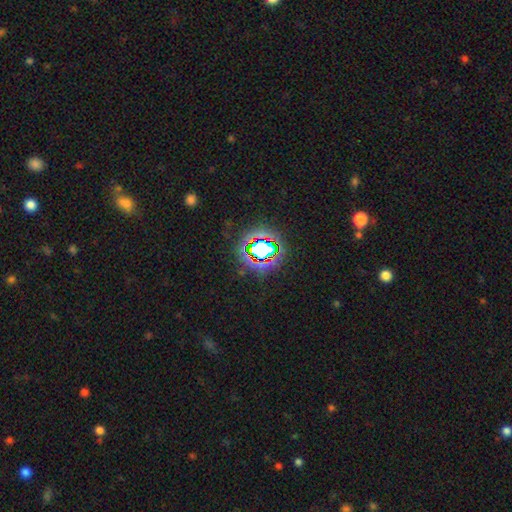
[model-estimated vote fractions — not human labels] This is likely a star or artifact rather than a galaxy (75%).